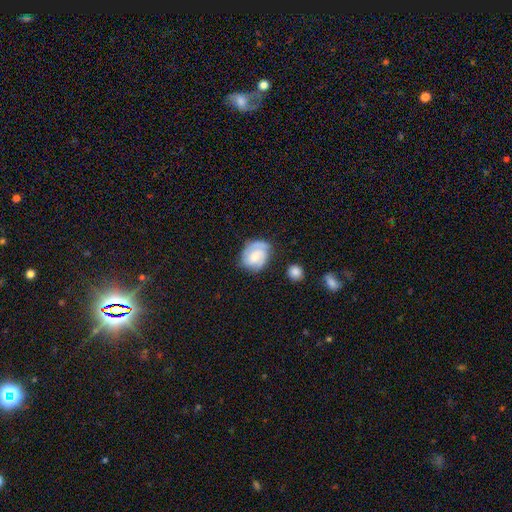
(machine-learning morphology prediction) Smooth or featured? featured or disk (60%)
Edge-on disk? no (98%)
Bar? no (52%)
Spiral arms? yes (91%)
Spiral winding? tight (54%)
Spiral arm count? 2 (43%)
Bulge size? moderate (43%)
Merging? none (62%)